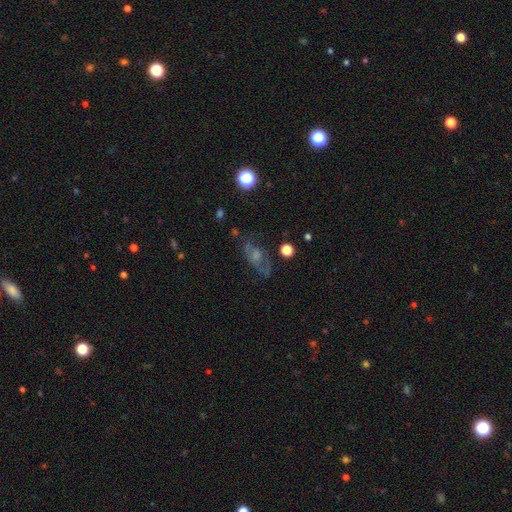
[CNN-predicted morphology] Smooth or featured?
  - featured or disk: 52% *
  - smooth: 30%
  - star or artifact: 19%
Edge-on disk?
  - no: 85% *
  - yes: 15%
Merging?
  - none: 62% *
  - minor disturbance: 20%
  - major disturbance: 15%
  - merger: 3%